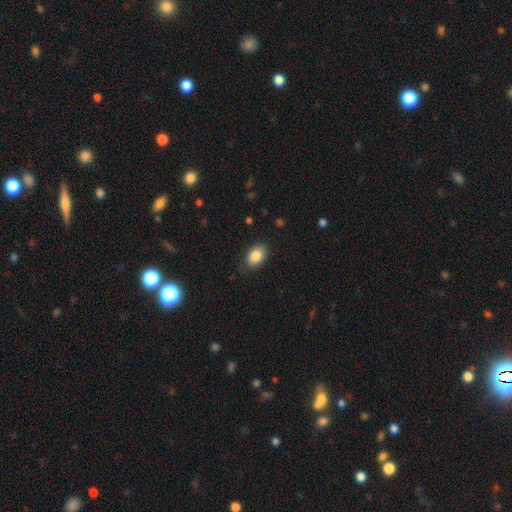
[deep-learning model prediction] Smooth or featured?
  - smooth: 86% *
  - star or artifact: 8%
  - featured or disk: 7%
How rounded?
  - in between: 85% *
  - round: 14%
  - cigar-shaped: 1%
Merging?
  - none: 84% *
  - minor disturbance: 12%
  - major disturbance: 3%
  - merger: 1%